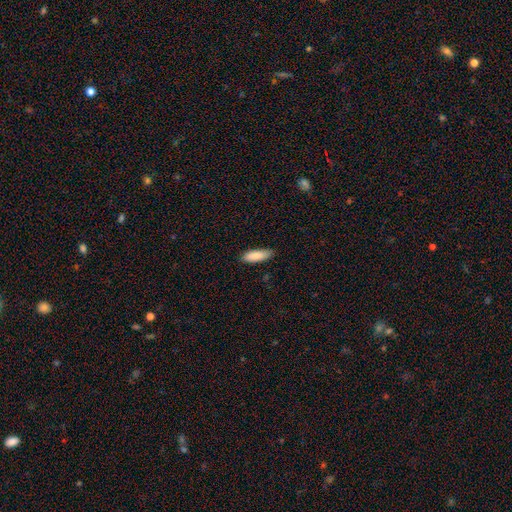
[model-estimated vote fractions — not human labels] smooth 88%, featured or disk 6%, star or artifact 6%. Down the decision tree: how rounded — in between (54%); merging — none (85%).